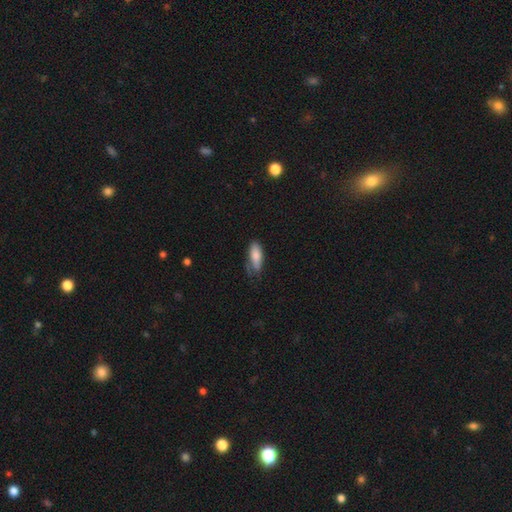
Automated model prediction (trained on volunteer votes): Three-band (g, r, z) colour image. It shows a smooth galaxy with no disk features (79%) that is in between round and cigar-shaped (68%). Merging: none (49%).